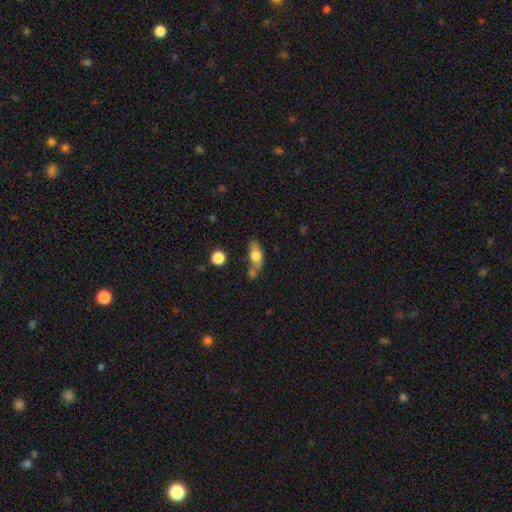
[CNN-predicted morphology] This is likely a smooth galaxy (71%). How rounded: likely in between (80%). Merging: possibly none (50%).